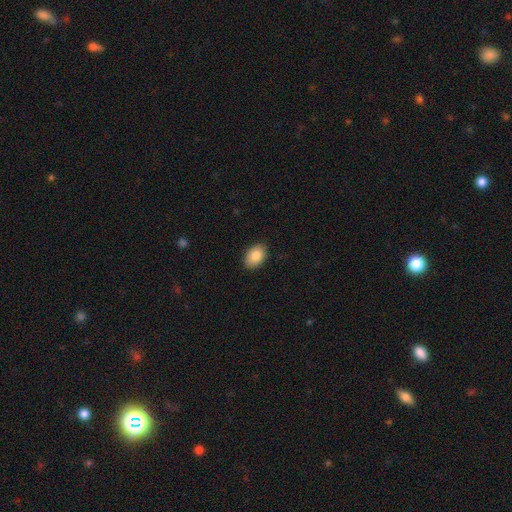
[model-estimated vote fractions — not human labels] Q: Smooth or featured?
A: smooth (86%); runner-up: featured or disk (7%)
Q: How rounded?
A: in between (85%); runner-up: round (14%)
Q: Merging?
A: none (89%); runner-up: minor disturbance (8%)